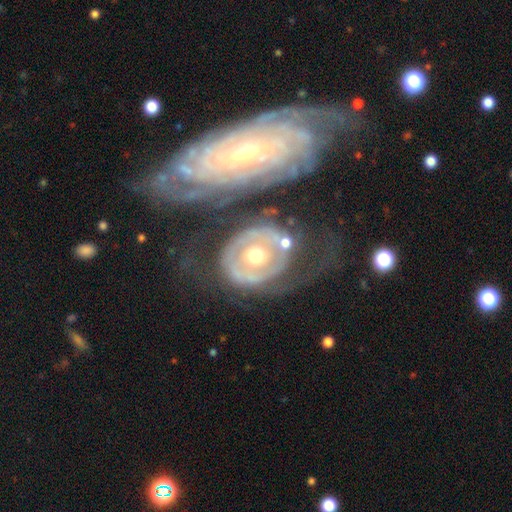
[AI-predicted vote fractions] This appears to be a featured or disk galaxy (74%) with no bar (77%), spiral arms (66%) and a moderate central bulge (73%). Merging: none (48%).